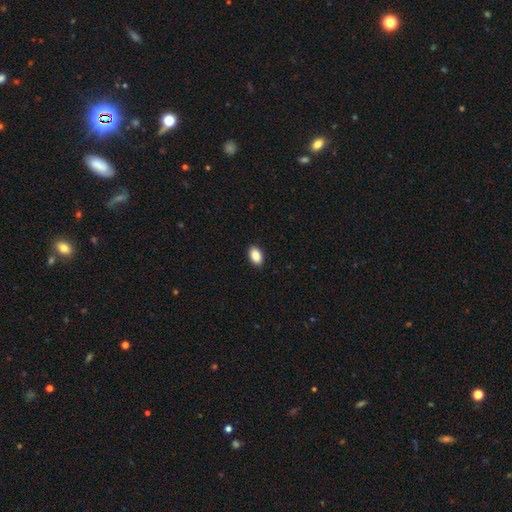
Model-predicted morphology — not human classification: Q: Smooth or featured?
A: smooth (89%); runner-up: star or artifact (7%)
Q: How rounded?
A: in between (92%); runner-up: round (6%)
Q: Merging?
A: none (91%); runner-up: minor disturbance (7%)